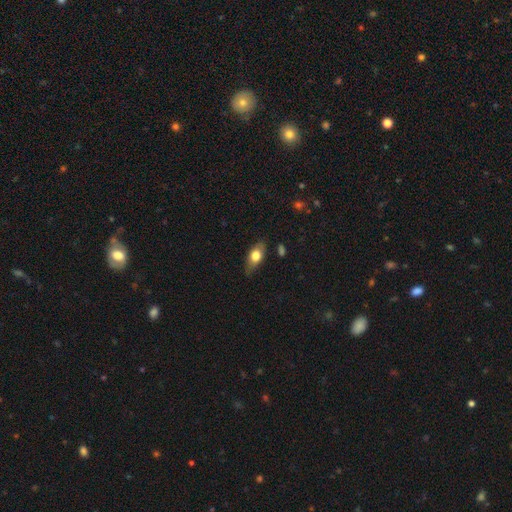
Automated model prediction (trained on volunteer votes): This is likely a smooth galaxy (67%). How rounded: clearly in between (83%). Merging: likely none (71%).